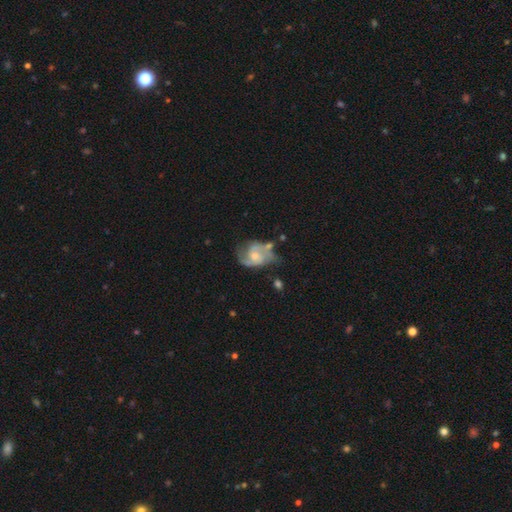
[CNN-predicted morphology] Smooth or featured: featured or disk — 77% (smooth — 17%)
Edge-on disk: no — 97% (yes — 3%)
Bar: no — 55% (weak — 38%)
Spiral arms: yes — 91% (no — 9%)
Spiral winding: medium — 50% (loose — 28%)
Spiral arm count: 2 — 82% (can't tell — 9%)
Bulge size: moderate — 48% (small — 40%)
Merging: none — 49% (minor disturbance — 26%)